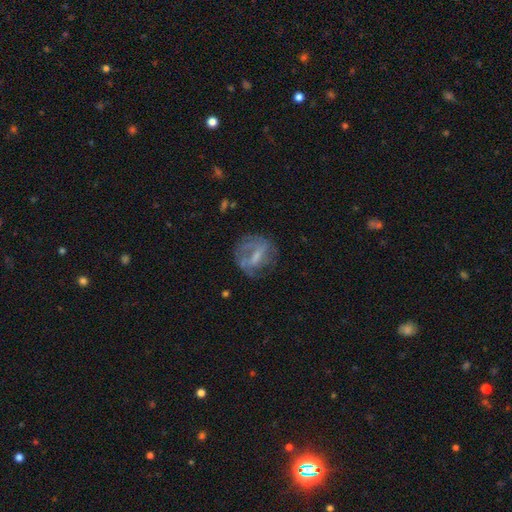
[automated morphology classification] smooth-or-featured: featured or disk: 62% | smooth: 28% | star or artifact: 9%
  disk-edge-on: no: 96% | yes: 4%
    bar: weak: 47% | no: 29% | strong: 24%
    has-spiral-arms: yes: 59% | no: 41%
    bulge-size: small: 42% | moderate: 30% | none: 24% | large: 3% | dominant: 1%
  merging: none: 57% | minor disturbance: 22% | major disturbance: 19% | merger: 3%